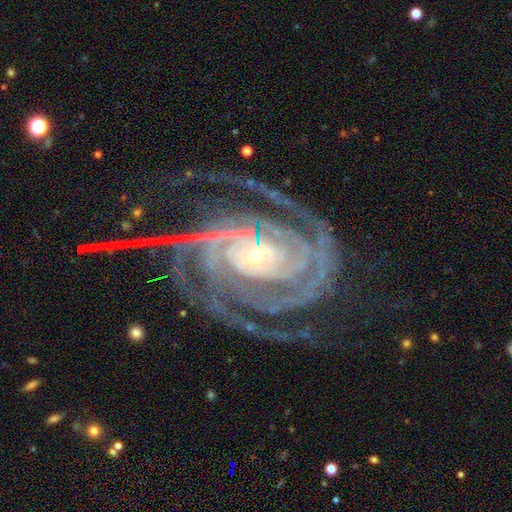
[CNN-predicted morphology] A featured or disk galaxy (93%) with no bar (55%), 3 (23%, tied with 2) tight (75%) spiral arms (99%) and a small central bulge (71%). Merging: none (63%).